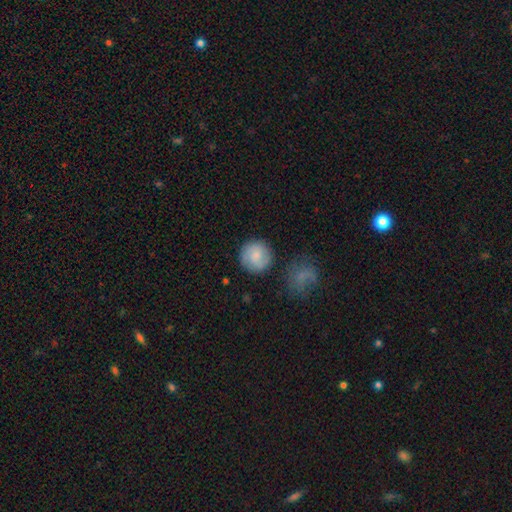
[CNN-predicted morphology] Smooth or featured: smooth — 73% (featured or disk — 20%)
How rounded: round — 93% (in between — 6%)
Merging: none — 81% (minor disturbance — 11%)